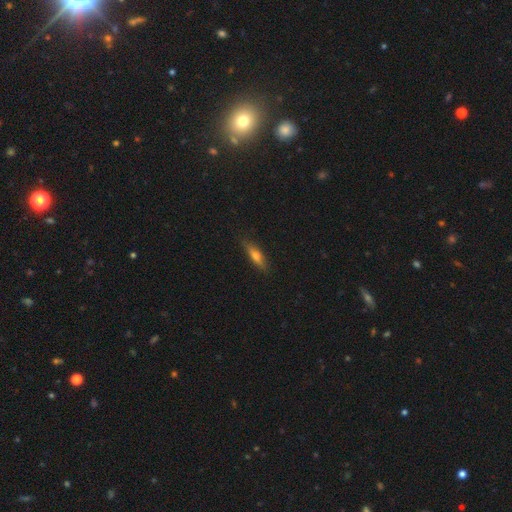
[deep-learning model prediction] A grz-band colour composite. It shows a smooth galaxy with no disk features (63%) that is cigar-shaped (64%). Merging: none (83%).